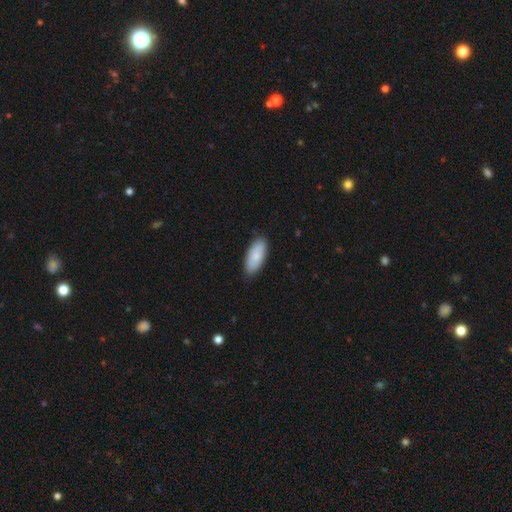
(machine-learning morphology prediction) type=smooth (83%); roundness=in between (88%); merging=none (85%).